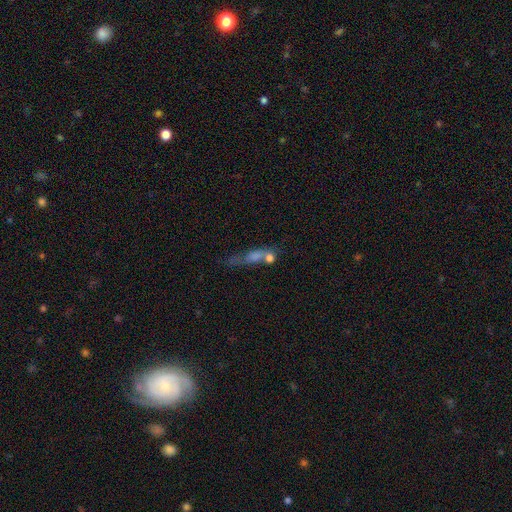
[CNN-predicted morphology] A smooth galaxy with no disk features (44%). Merging: none (41%).